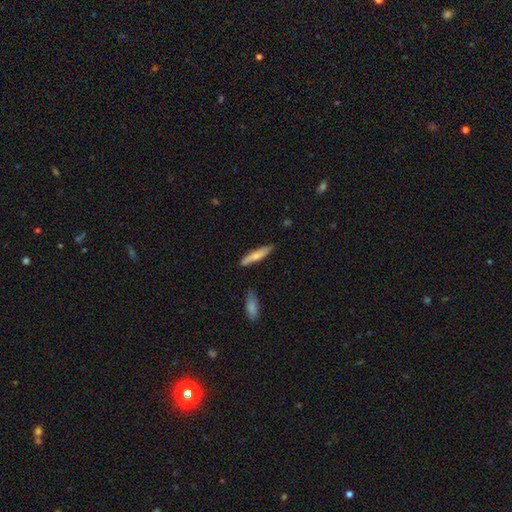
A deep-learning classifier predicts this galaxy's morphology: This appears to be a smooth galaxy with no disk features (69%) that is cigar-shaped (83%). Merging: none (81%).